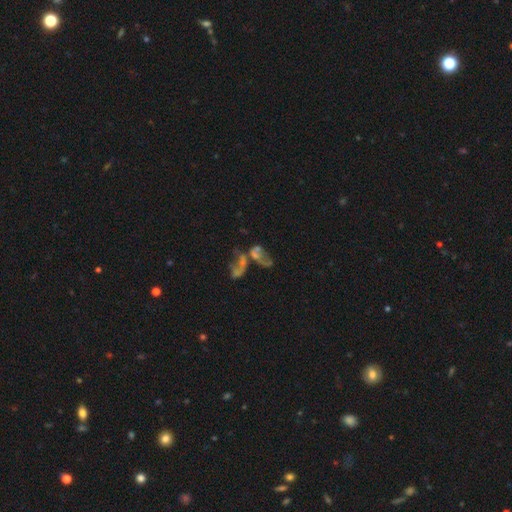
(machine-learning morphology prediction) The model was most divided on "smooth or featured": featured or disk: 51%, star or artifact: 27%, smooth: 22%. Remaining: edge-on disk — no (94%); merging — merger (50%).